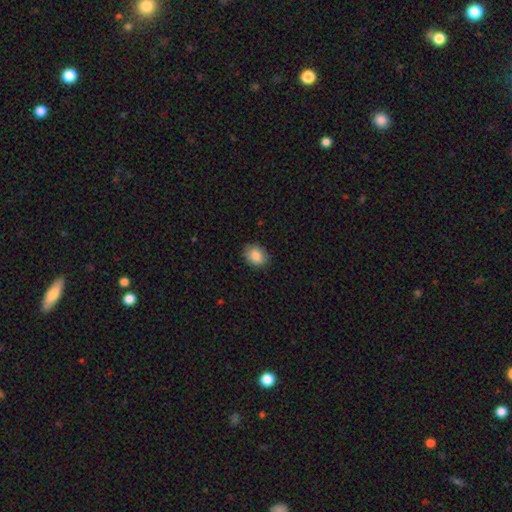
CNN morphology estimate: type=smooth (87%); roundness=in between (63%); merging=none (85%).